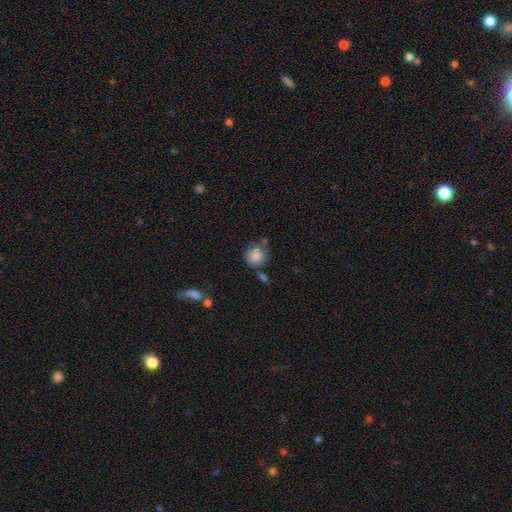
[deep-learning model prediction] A smooth galaxy with no disk features (86%) that is round (90%).

Vote fractions:
- Smooth or featured? smooth: 86% / star or artifact: 9% / featured or disk: 5%
- How rounded? round: 90% / in between: 9% / cigar-shaped: 1%
- Merging? none: 67% / minor disturbance: 15% / merger: 13% / major disturbance: 5%